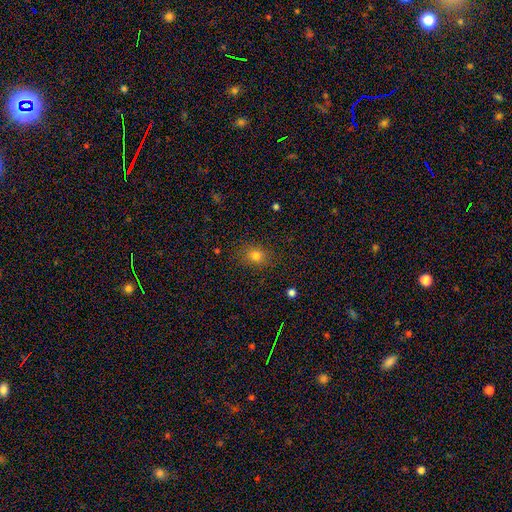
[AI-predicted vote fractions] The model was most divided on "how rounded": round: 53%, in between: 45%, cigar-shaped: 1%. More confident: merging — none (85%); smooth or featured — smooth (78%).